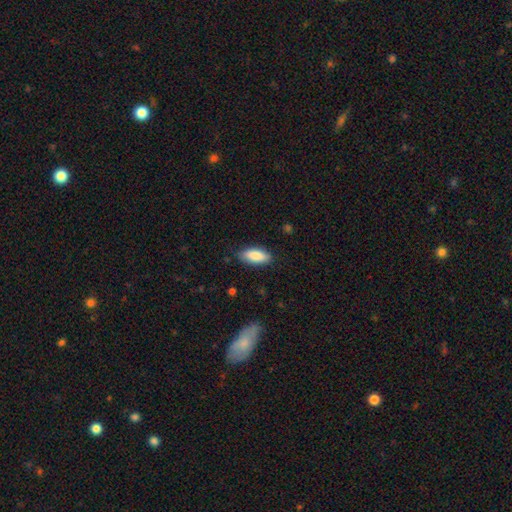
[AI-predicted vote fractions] Smooth or featured? Predicted: smooth (p=0.87). How rounded? Predicted: in between (p=0.83). Merging? Predicted: none (p=0.84).